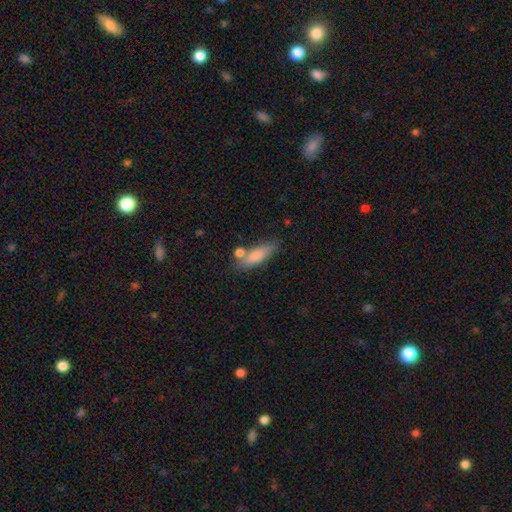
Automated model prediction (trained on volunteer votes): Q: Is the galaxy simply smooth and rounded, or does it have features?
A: smooth — 79%.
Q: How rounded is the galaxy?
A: in between — 52%.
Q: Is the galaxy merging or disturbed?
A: none — 64%.